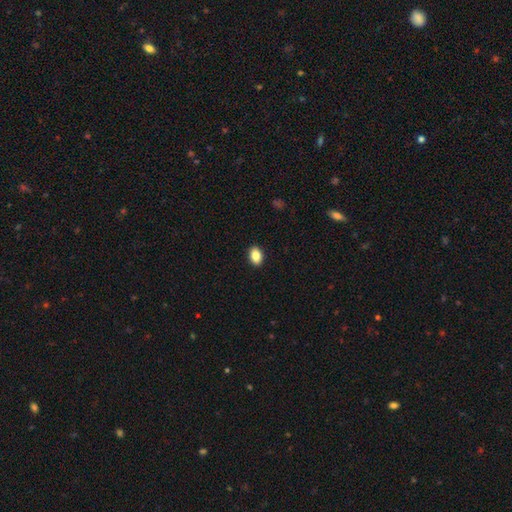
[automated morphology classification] A smooth galaxy with no disk features (86%) that is in between round and cigar-shaped (84%). Merging: none (91%).